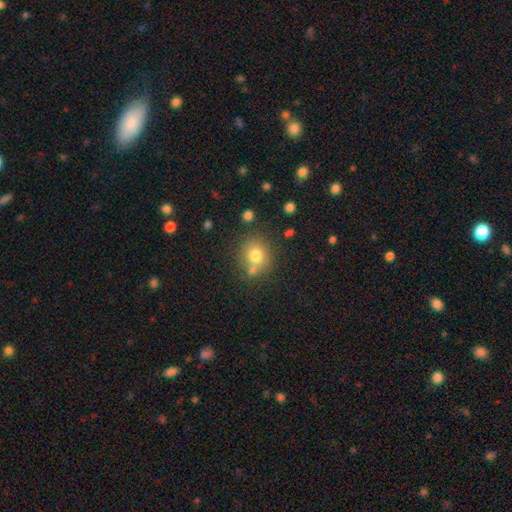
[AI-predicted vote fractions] A smooth galaxy with no disk features (75%) that is round (79%). Merging: none (66%).